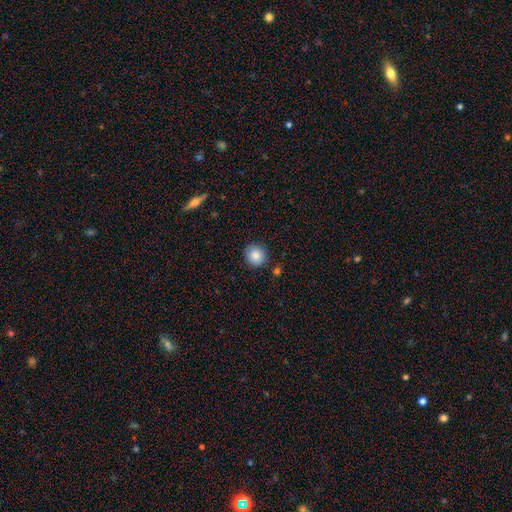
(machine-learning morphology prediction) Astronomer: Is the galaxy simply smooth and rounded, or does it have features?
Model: smooth — 86%.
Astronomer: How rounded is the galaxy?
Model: round — 91%.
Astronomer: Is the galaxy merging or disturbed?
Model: none — 88%.